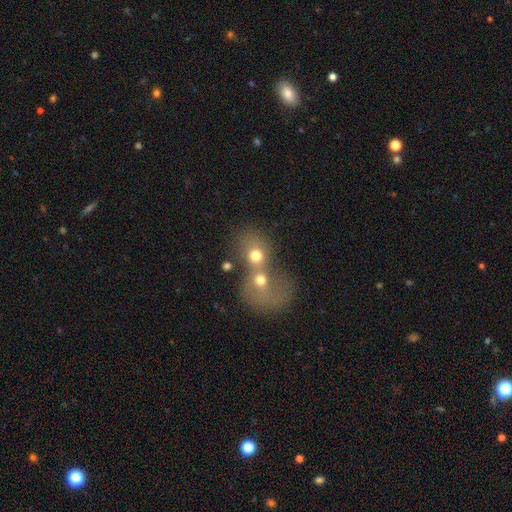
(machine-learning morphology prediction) smooth-or-featured: smooth: 62% | featured or disk: 25% | star or artifact: 13%
  how-rounded: round: 61% | in between: 38% | cigar-shaped: 1%
  merging: merger: 75% | none: 14% | major disturbance: 6% | minor disturbance: 5%